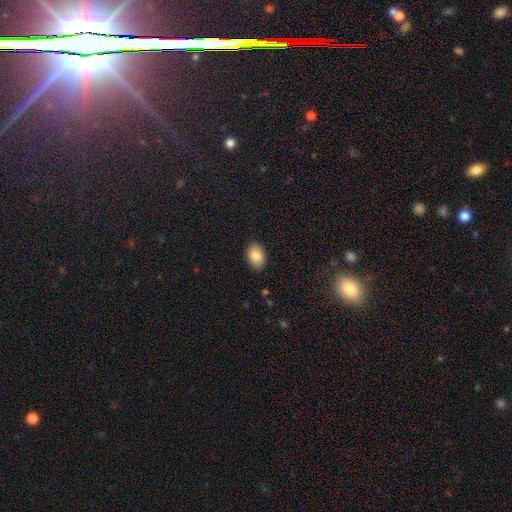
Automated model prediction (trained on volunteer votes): This is clearly a smooth galaxy (86%). How rounded: clearly in between (84%). Merging: clearly none (87%).